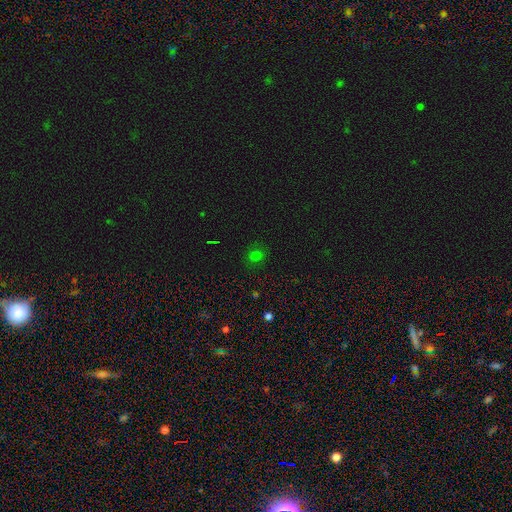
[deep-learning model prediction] smooth_or_featured: smooth (p=0.68) [alt: star or artifact p=0.26]
how_rounded: round (p=0.65) [alt: in between p=0.34]
merging: none (p=0.83) [alt: minor disturbance p=0.12]